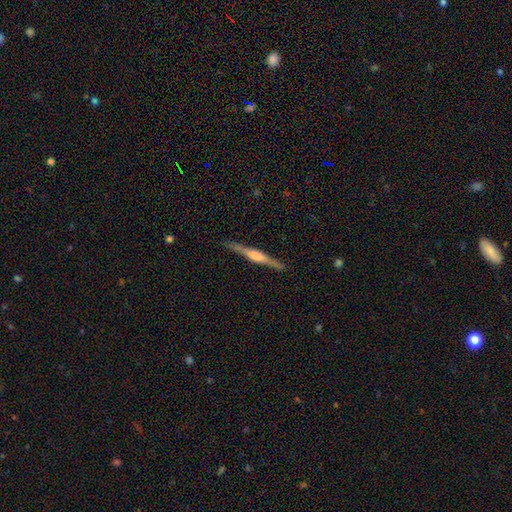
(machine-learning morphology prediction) This appears to be a featured or disk galaxy (76%) viewed edge-on (98%) with a rounded central bulge (67%). Merging: none (90%).